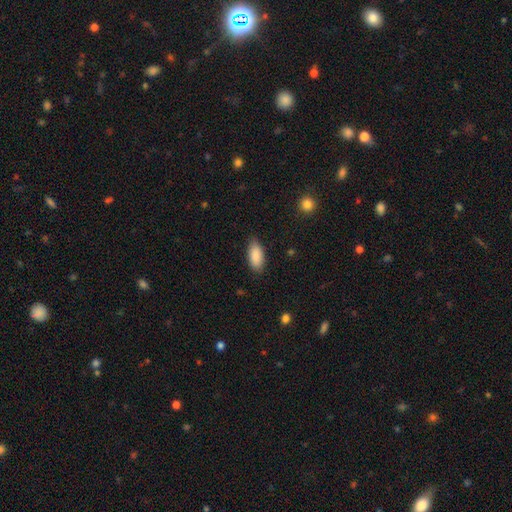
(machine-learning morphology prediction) smooth_or_featured: smooth (p=0.90) [alt: star or artifact p=0.06]
how_rounded: in between (p=0.90) [alt: cigar-shaped p=0.08]
merging: none (p=0.83) [alt: minor disturbance p=0.14]